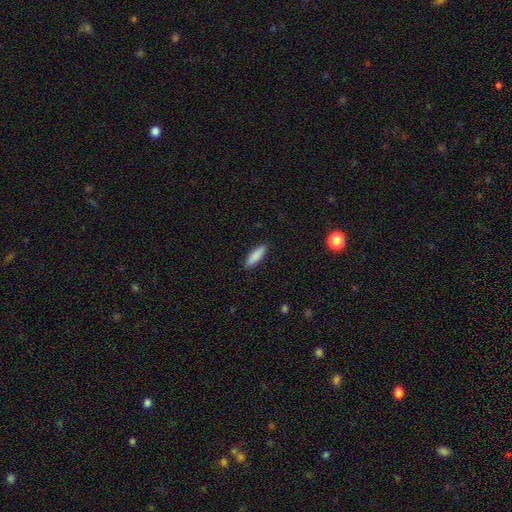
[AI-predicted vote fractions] A smooth galaxy with no disk features (88%) that is cigar-shaped (52%).

Vote fractions:
- Smooth or featured? smooth: 88% / featured or disk: 6% / star or artifact: 6%
- How rounded? cigar-shaped: 52% / in between: 47% / round: 2%
- Merging? none: 89% / minor disturbance: 8% / major disturbance: 2% / merger: 1%